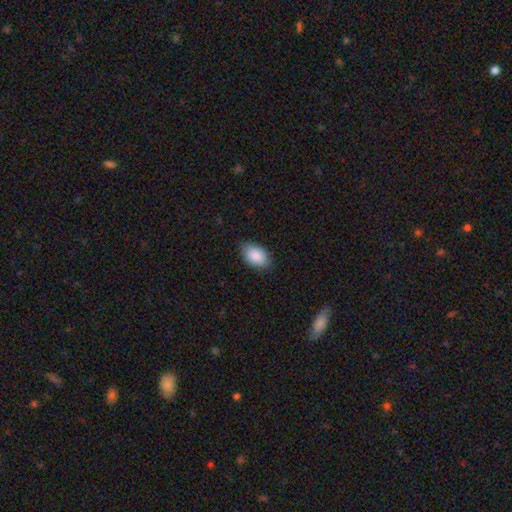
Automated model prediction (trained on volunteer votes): smooth-or-featured: smooth: 88% | star or artifact: 6% | featured or disk: 5%
  how-rounded: in between: 91% | round: 7% | cigar-shaped: 1%
  merging: none: 82% | minor disturbance: 14% | major disturbance: 3% | merger: 1%